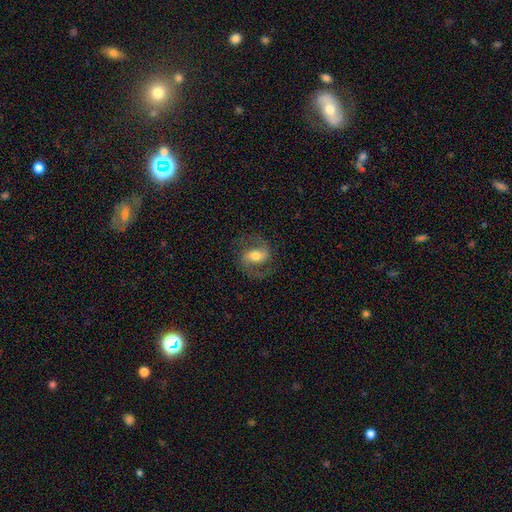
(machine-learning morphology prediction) smooth_or_featured: featured or disk (p=0.76) [alt: smooth p=0.17]
disk_edge_on: no (p=0.96) [alt: yes p=0.04]
bar: weak (p=0.41) [alt: strong p=0.35]
has_spiral_arms: yes (p=0.93) [alt: no p=0.07]
spiral_winding: medium (p=0.55) [alt: loose p=0.30]
spiral_arm_count: 2 (p=0.91) [alt: can't tell p=0.04]
bulge_size: moderate (p=0.64) [alt: small p=0.20]
merging: none (p=0.76) [alt: minor disturbance p=0.14]